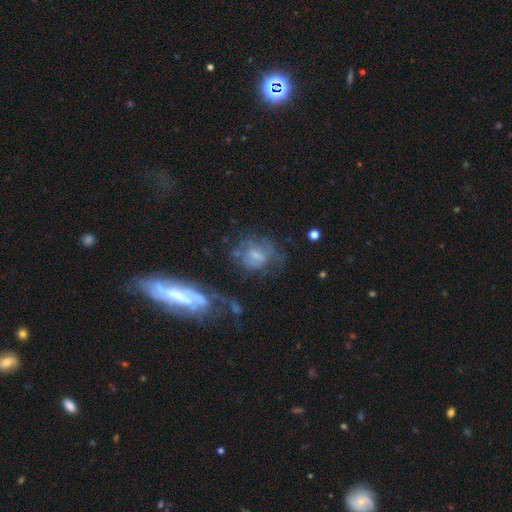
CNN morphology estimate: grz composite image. It shows a featured or disk galaxy (57%) with no bar (46%), spiral arms (58%) and a small central bulge (32%). Merging: none (45%).